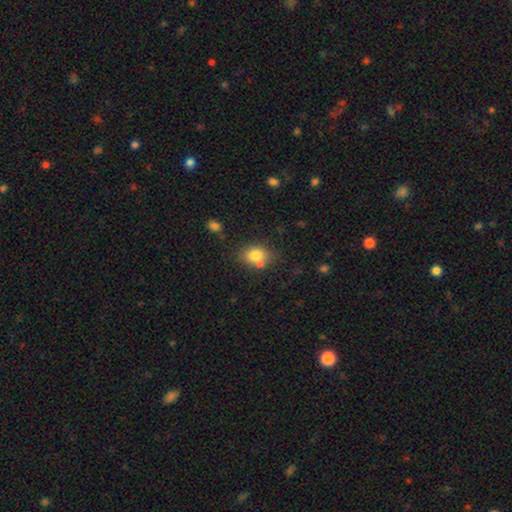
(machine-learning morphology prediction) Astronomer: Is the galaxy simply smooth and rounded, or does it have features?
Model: smooth — 78%.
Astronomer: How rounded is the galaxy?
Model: in between — 64%.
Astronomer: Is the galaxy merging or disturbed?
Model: none — 62%.